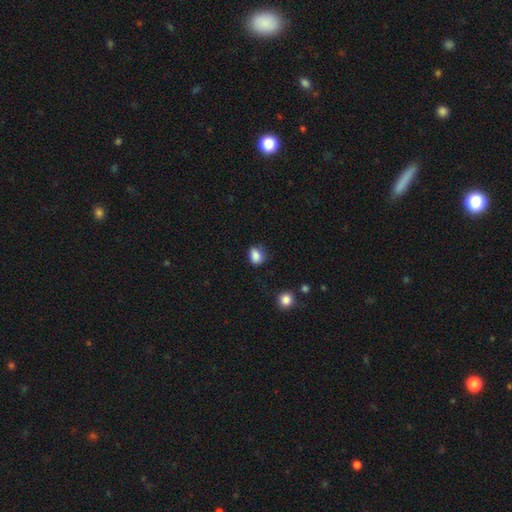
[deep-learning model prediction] Smooth or featured: smooth — 85% (star or artifact — 10%)
How rounded: in between — 58% (round — 41%)
Merging: none — 62% (minor disturbance — 29%)